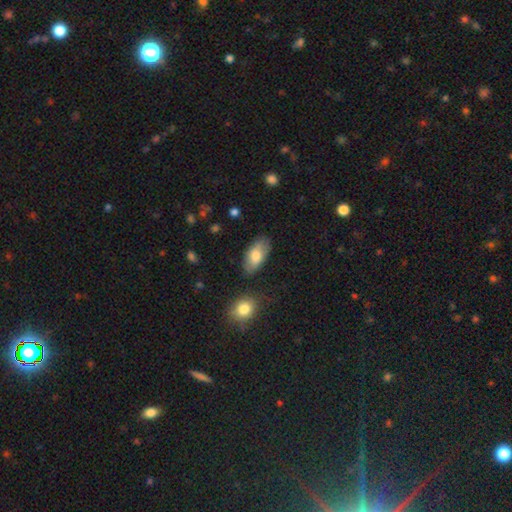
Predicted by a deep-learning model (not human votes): Smooth or featured? Predicted: smooth (p=0.74). How rounded? Predicted: in between (p=0.92). Merging? Predicted: none (p=0.78).